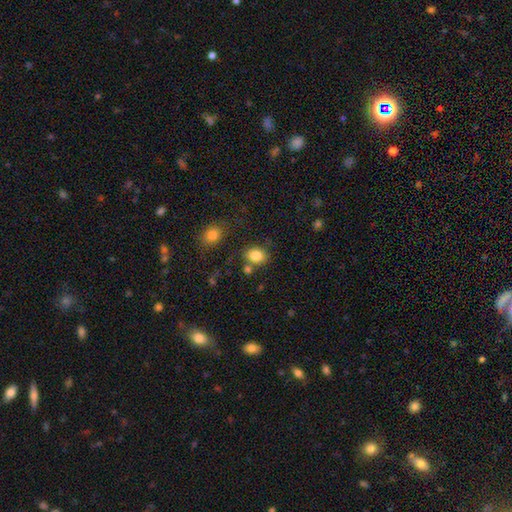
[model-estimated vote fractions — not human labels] smooth 84%, star or artifact 10%, featured or disk 6%. Down the decision tree: how rounded — round (50%); merging — none (68%).